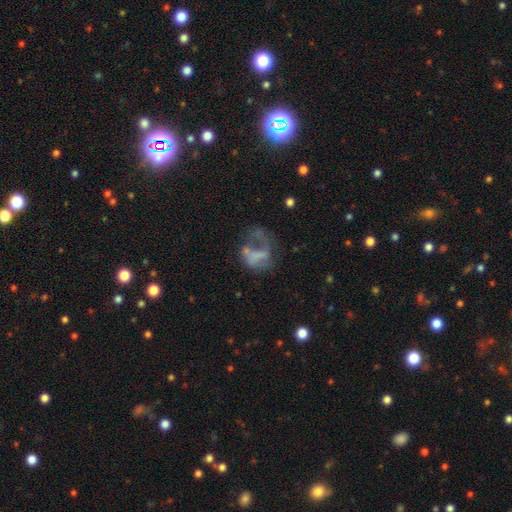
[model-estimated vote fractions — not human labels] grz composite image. It shows a featured or disk galaxy (49%). Merging: major disturbance (50%).